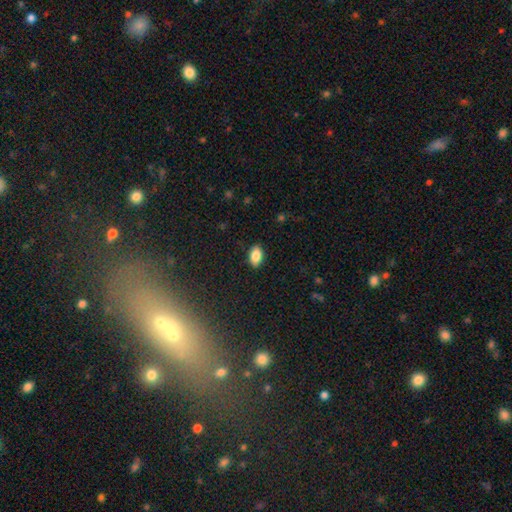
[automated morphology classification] A smooth galaxy with no disk features (85%) that is in between round and cigar-shaped (91%). Merging: none (88%).